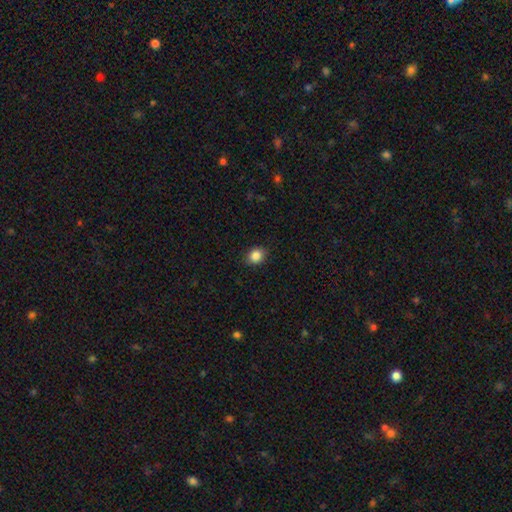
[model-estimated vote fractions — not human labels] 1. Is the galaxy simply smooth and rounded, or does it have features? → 86% smooth, 10% star or artifact, 4% featured or disk.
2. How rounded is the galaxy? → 60% round, 39% in between, 1% cigar-shaped.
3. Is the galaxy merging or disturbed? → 88% none, 9% minor disturbance, 2% major disturbance, 1% merger.